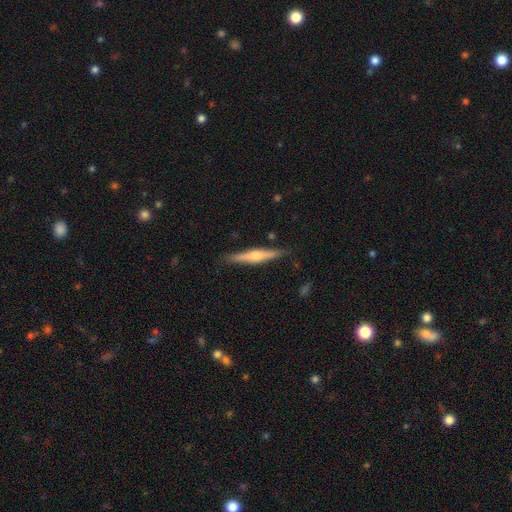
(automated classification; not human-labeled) A featured or disk galaxy (66%) viewed edge-on (97%) with a rounded central bulge (88%).

Vote fractions:
- Smooth or featured? featured or disk: 66% / smooth: 28% / star or artifact: 6%
- Edge-on disk? yes: 97% / no: 3%
- Edge-on bulge? rounded: 88% / boxy: 7% / none: 5%
- Merging? none: 87% / minor disturbance: 9% / major disturbance: 2% / merger: 1%